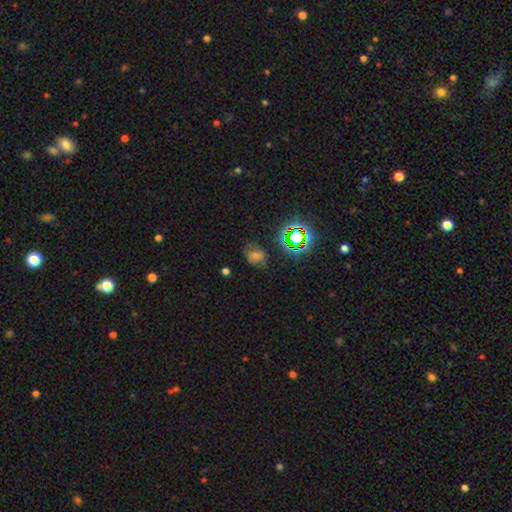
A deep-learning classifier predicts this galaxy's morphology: smooth-or-featured: smooth: 41% | star or artifact: 39% | featured or disk: 20%
  merging: none: 70% | minor disturbance: 19% | major disturbance: 8% | merger: 3%